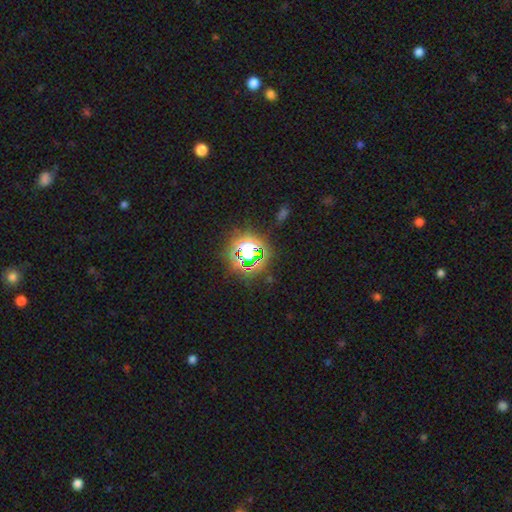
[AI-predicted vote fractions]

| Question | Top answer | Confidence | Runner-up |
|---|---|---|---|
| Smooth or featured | star or artifact | 75% | smooth (17%) |